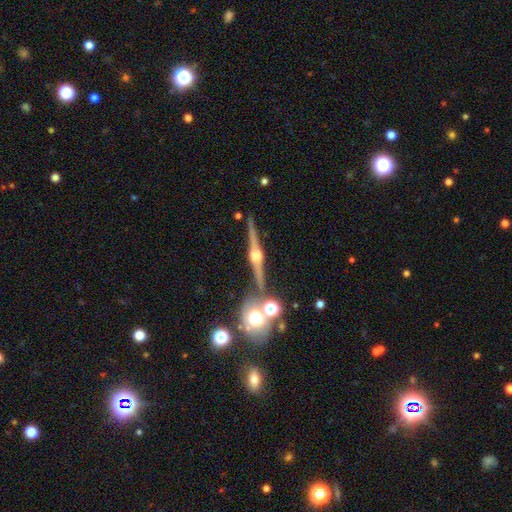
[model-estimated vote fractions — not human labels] This is clearly a featured or disk galaxy (87%). It is clearly viewed edge-on (97%). Edge-on bulge: clearly rounded (93%). Merging: clearly none (81%).